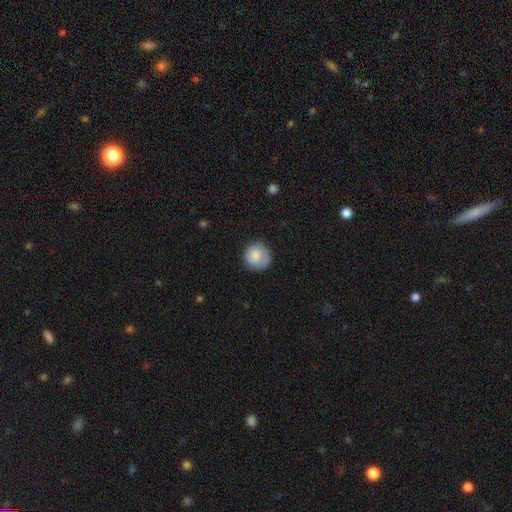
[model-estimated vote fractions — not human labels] smooth_or_featured: smooth (p=0.83) [alt: featured or disk p=0.10]
how_rounded: round (p=0.92) [alt: in between p=0.07]
merging: none (p=0.79) [alt: minor disturbance p=0.16]